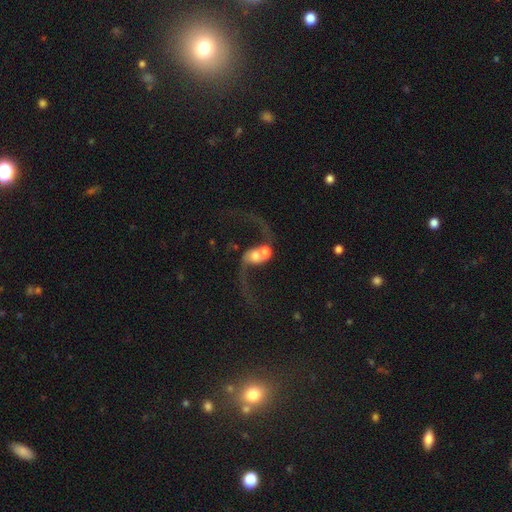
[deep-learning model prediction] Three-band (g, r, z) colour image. It shows a featured or disk galaxy (74%) with no bar (63%), 2 (90%) loose (92%) spiral arms (89%) and a moderate central bulge (38%). Merging: merger (59%).